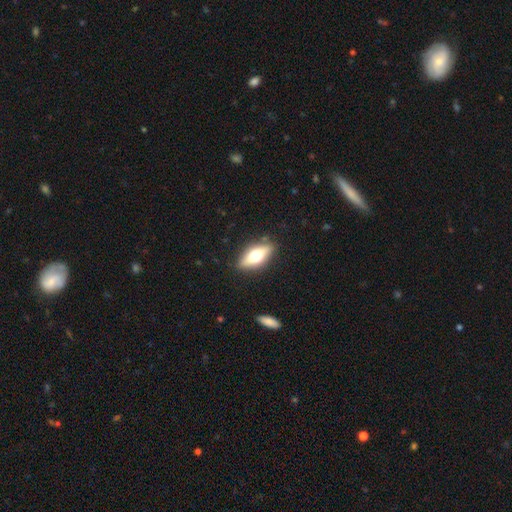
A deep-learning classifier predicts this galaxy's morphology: Smooth or featured?
  - smooth: 53% *
  - featured or disk: 40%
  - star or artifact: 7%
How rounded?
  - in between: 72% *
  - cigar-shaped: 24%
  - round: 4%
Merging?
  - none: 86% *
  - minor disturbance: 10%
  - major disturbance: 3%
  - merger: 2%